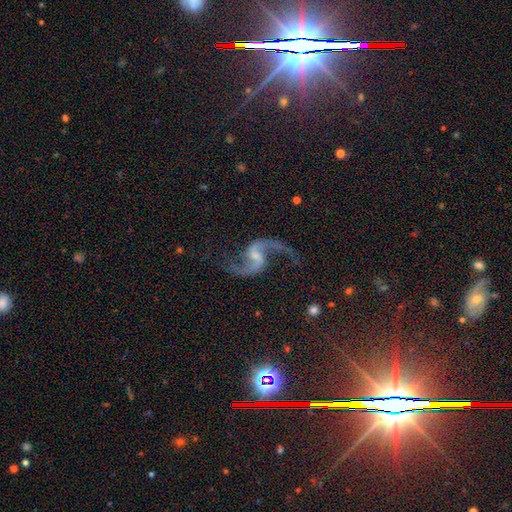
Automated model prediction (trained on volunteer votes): Smooth or featured? featured or disk (93%)
Edge-on disk? no (98%)
Bar? weak (50%)
Spiral arms? yes (98%)
Spiral winding? loose (80%)
Spiral arm count? 2 (95%)
Bulge size? small (51%)
Merging? none (77%)